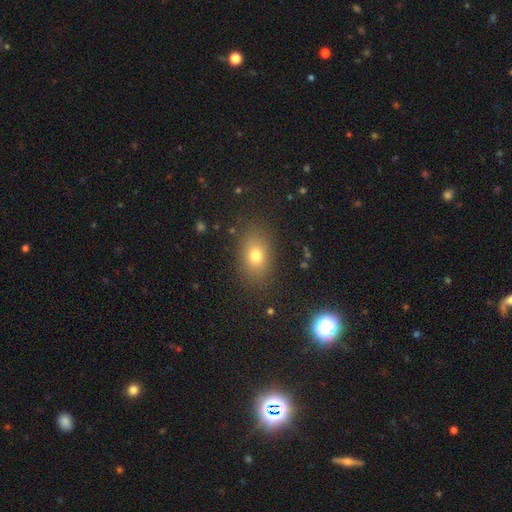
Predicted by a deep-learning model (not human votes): Morphology: type=smooth (74%); roundness=in between (74%); merging=none (85%).